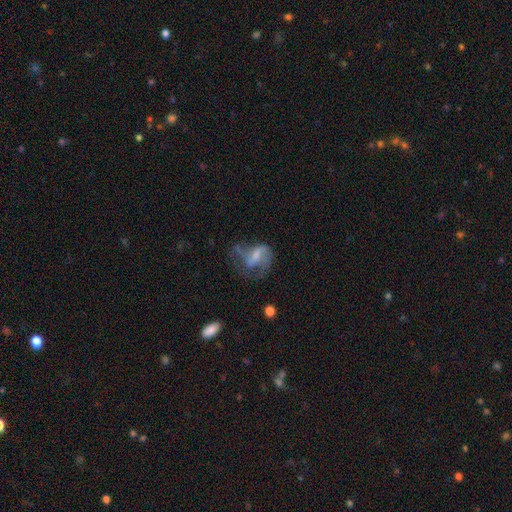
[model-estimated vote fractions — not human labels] This is likely a featured or disk galaxy (64%). It is clearly not viewed edge-on (97%). Bar: possibly weak (45%). Spiral arm pattern: likely yes (71%). Central bulge: marginally small (38%). Merging: marginally major disturbance (42%).